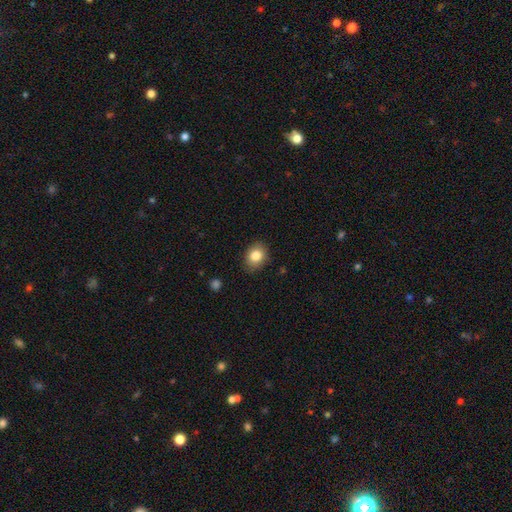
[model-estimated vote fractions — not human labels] A smooth galaxy with no disk features (83%) that is in between round and cigar-shaped (52%).

Vote fractions:
- Smooth or featured? smooth: 83% / star or artifact: 9% / featured or disk: 8%
- How rounded? in between: 52% / round: 47% / cigar-shaped: 1%
- Merging? none: 84% / minor disturbance: 12% / major disturbance: 3% / merger: 1%